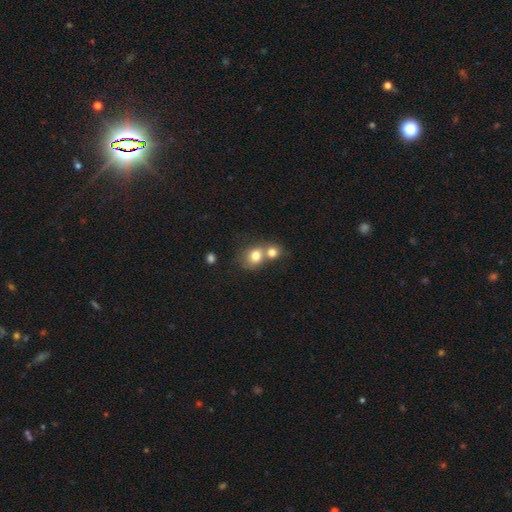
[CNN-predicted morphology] Smooth or featured: smooth — 78% (featured or disk — 12%)
How rounded: round — 68% (in between — 31%)
Merging: merger — 63% (none — 27%)